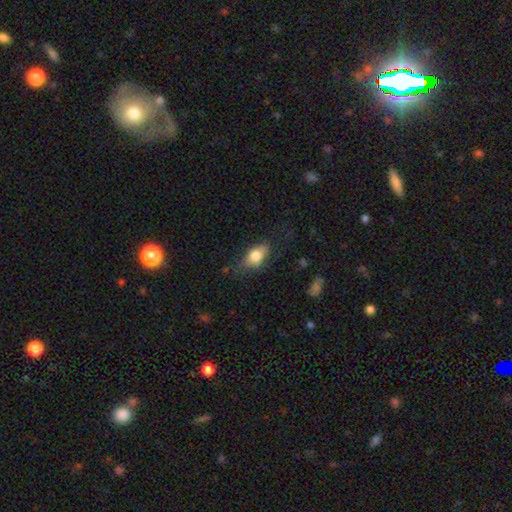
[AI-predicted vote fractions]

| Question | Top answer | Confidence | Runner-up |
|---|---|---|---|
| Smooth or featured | smooth | 75% | featured or disk (18%) |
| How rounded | in between | 82% | round (10%) |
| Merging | none | 62% | minor disturbance (26%) |